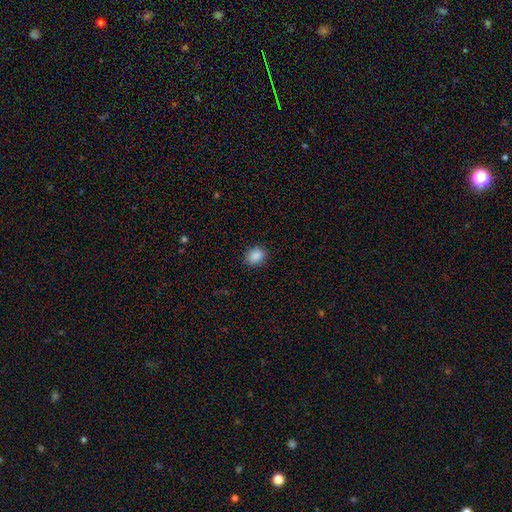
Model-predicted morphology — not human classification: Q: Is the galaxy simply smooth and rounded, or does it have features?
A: smooth — 88%.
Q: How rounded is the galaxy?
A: in between — 54%.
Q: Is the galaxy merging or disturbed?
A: none — 87%.